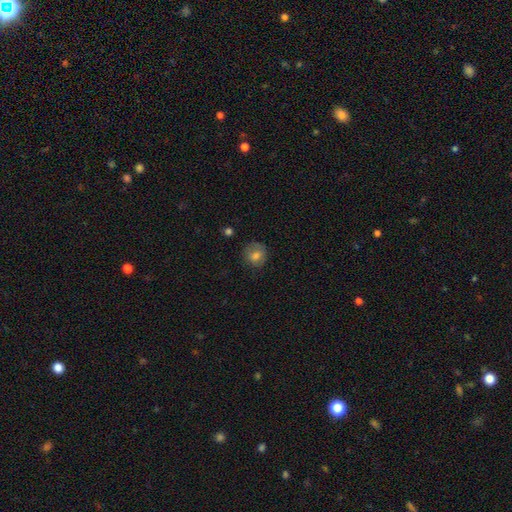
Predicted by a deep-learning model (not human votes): The model was most divided on "merging": none: 72%, minor disturbance: 20%, major disturbance: 6%, merger: 2%. More confident: how rounded — round (80%); smooth or featured — smooth (76%).